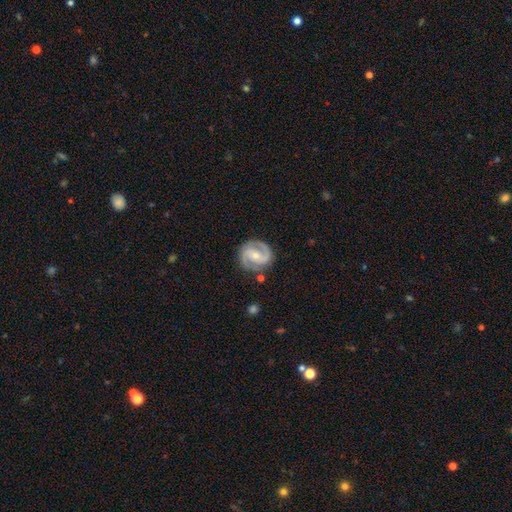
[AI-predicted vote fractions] smooth_or_featured: featured or disk (p=0.89) [alt: smooth p=0.06]
disk_edge_on: no (p=0.98) [alt: yes p=0.02]
bar: no (p=0.39) [alt: weak p=0.37]
has_spiral_arms: yes (p=0.98) [alt: no p=0.02]
spiral_winding: medium (p=0.51) [alt: tight p=0.40]
spiral_arm_count: 2 (p=0.92) [alt: 3 p=0.02]
bulge_size: small (p=0.57) [alt: moderate p=0.40]
merging: none (p=0.83) [alt: minor disturbance p=0.11]